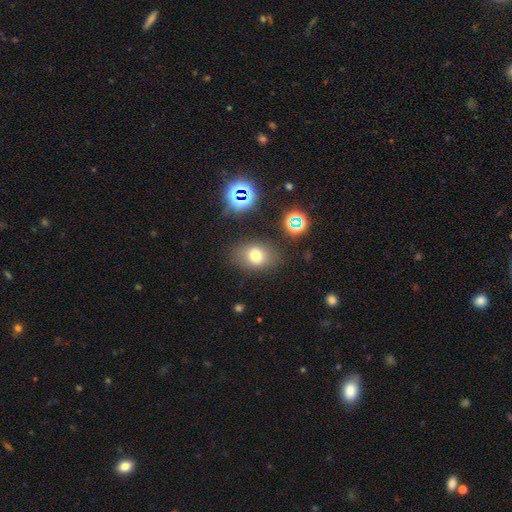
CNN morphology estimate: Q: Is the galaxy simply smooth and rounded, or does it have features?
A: smooth — 73%.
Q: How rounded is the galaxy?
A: in between — 64%.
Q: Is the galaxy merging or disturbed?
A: none — 79%.